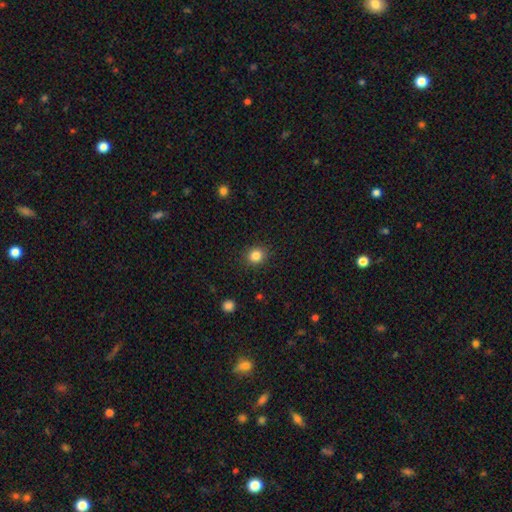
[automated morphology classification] smooth 85%, star or artifact 11%, featured or disk 4%. Down the decision tree: how rounded — round (84%); merging — none (90%).